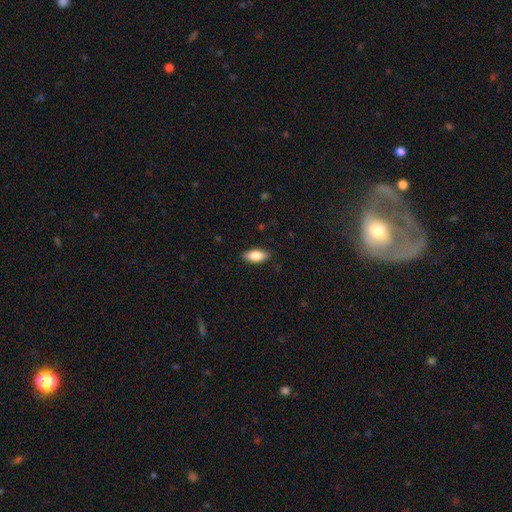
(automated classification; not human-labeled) A smooth galaxy with no disk features (85%) that is in between round and cigar-shaped (87%). Merging: none (87%).